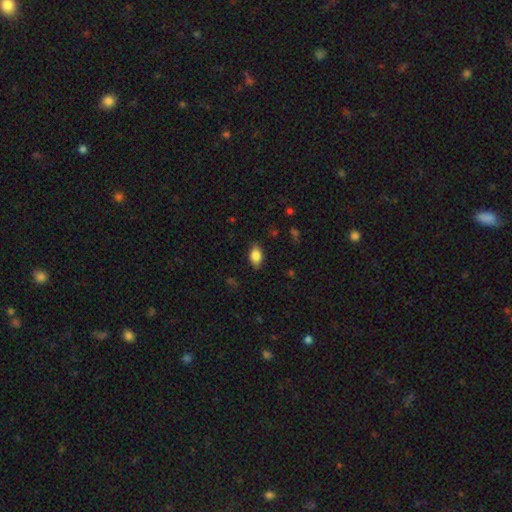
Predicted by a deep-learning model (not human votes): smooth-or-featured: smooth: 84% | featured or disk: 8% | star or artifact: 8%
  how-rounded: in between: 89% | round: 8% | cigar-shaped: 3%
  merging: none: 85% | minor disturbance: 12% | major disturbance: 3% | merger: 1%